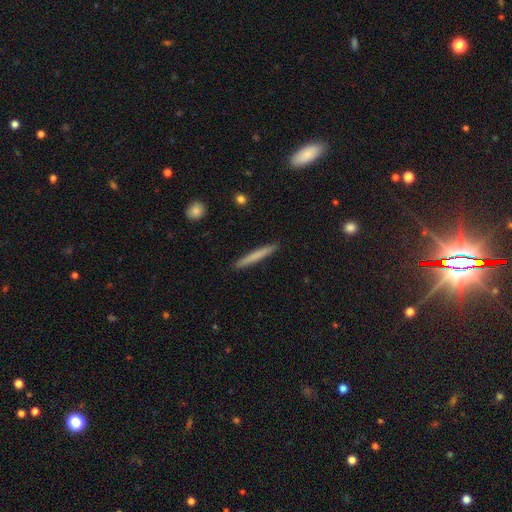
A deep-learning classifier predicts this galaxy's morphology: type=smooth (69%); roundness=cigar-shaped (97%); merging=none (92%).